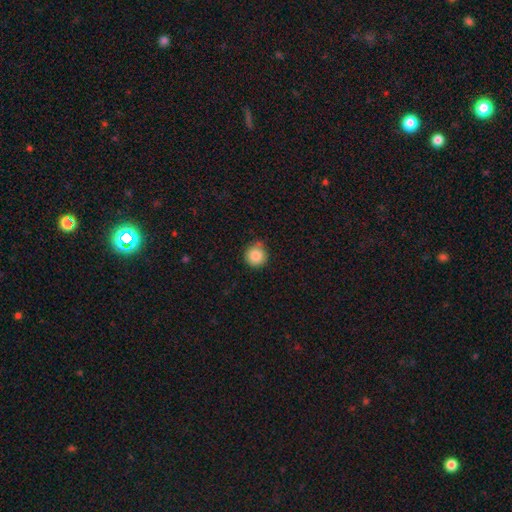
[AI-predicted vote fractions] Smooth or featured? smooth (85%)
How rounded? round (95%)
Merging? none (77%)